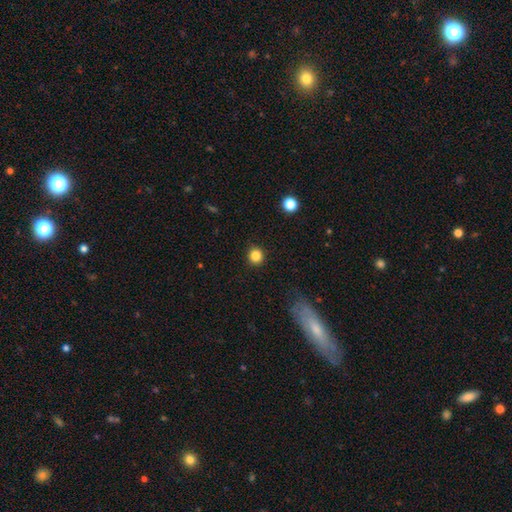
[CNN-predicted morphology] This appears to be a smooth galaxy with no disk features (84%) that is round (91%). Merging: none (91%).